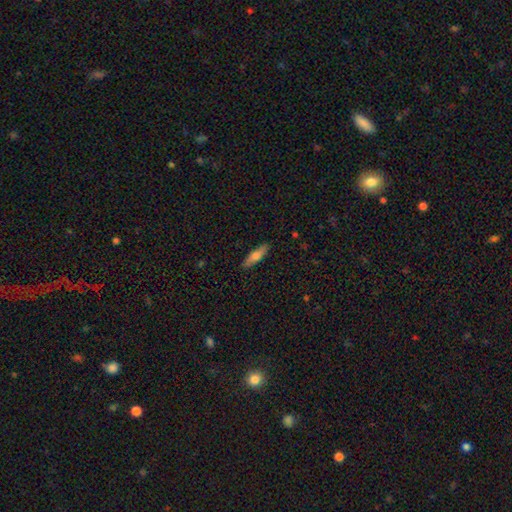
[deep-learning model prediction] Smooth or featured: smooth — 66% (featured or disk — 28%)
How rounded: cigar-shaped — 66% (in between — 32%)
Merging: none — 88% (minor disturbance — 9%)